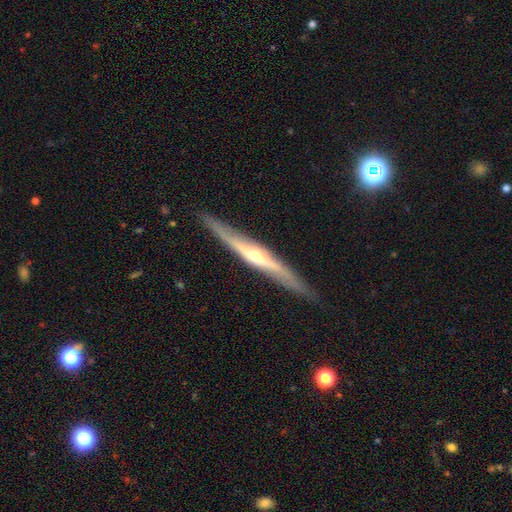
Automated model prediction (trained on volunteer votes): Overall: featured or disk (79%). Edge-on disk: yes (94%). Edge-on bulge: rounded (78%). Merging: none (87%).